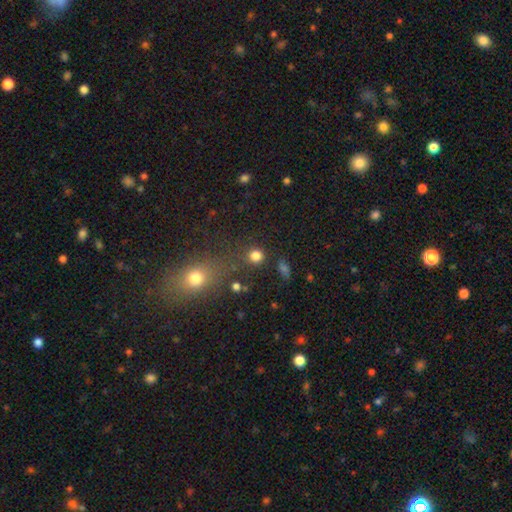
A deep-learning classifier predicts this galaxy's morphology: Smooth or featured?
  - smooth: 82% *
  - star or artifact: 13%
  - featured or disk: 5%
How rounded?
  - round: 89% *
  - in between: 10%
  - cigar-shaped: 1%
Merging?
  - none: 79% *
  - minor disturbance: 9%
  - merger: 8%
  - major disturbance: 4%